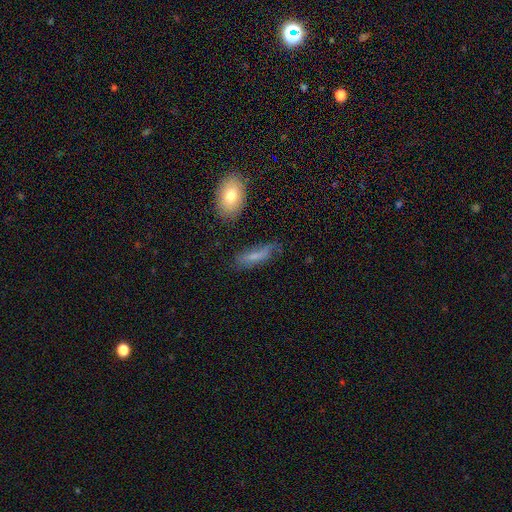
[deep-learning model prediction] Smooth or featured: smooth — 59% (featured or disk — 31%)
How rounded: in between — 51% (cigar-shaped — 46%)
Merging: none — 57% (minor disturbance — 28%)